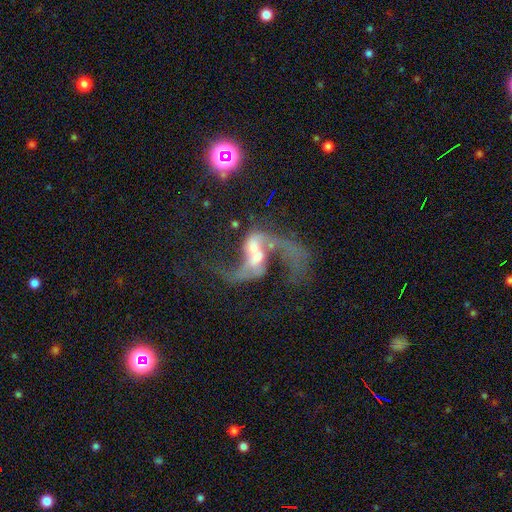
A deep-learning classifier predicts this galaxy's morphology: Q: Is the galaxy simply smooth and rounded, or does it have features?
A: featured or disk — 81%.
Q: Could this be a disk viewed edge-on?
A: no — 97%.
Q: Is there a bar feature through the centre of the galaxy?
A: no — 38%, tied with weak.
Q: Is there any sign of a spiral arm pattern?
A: yes — 86%.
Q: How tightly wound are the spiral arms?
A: loose — 88%.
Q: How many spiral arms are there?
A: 2 — 85%.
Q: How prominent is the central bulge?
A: moderate — 42%.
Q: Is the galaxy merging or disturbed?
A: merger — 51%.